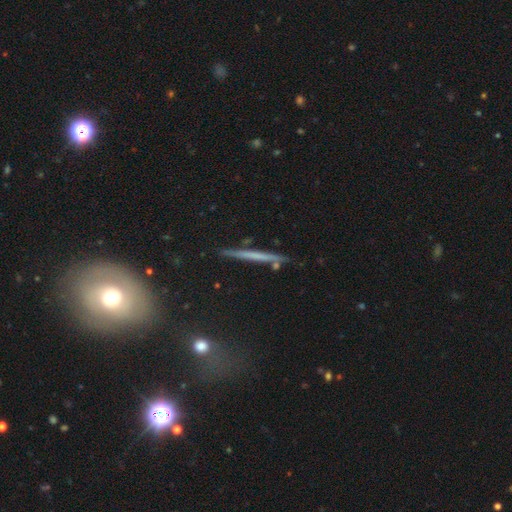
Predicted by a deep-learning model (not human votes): featured or disk 51%, smooth 41%, star or artifact 8%. Down the decision tree: edge-on disk — yes (96%); merging — none (85%).